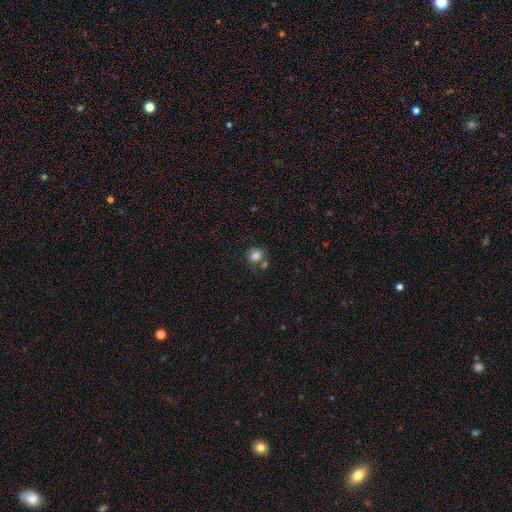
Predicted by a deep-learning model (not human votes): Smooth or featured?
  - smooth: 82% *
  - star or artifact: 11%
  - featured or disk: 7%
How rounded?
  - round: 81% *
  - in between: 18%
  - cigar-shaped: 1%
Merging?
  - none: 60% *
  - merger: 23%
  - minor disturbance: 13%
  - major disturbance: 5%